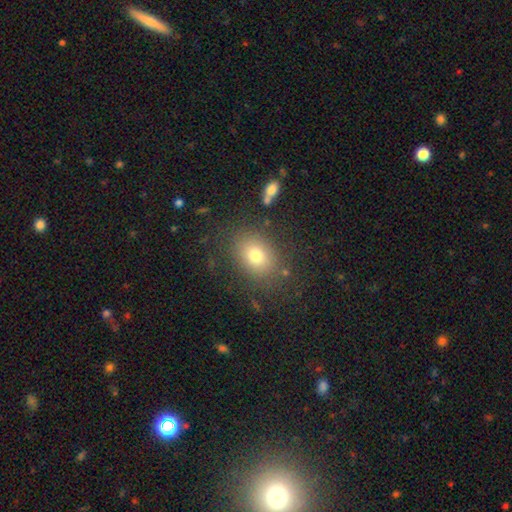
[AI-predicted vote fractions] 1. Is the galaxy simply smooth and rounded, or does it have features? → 75% smooth, 14% star or artifact, 11% featured or disk.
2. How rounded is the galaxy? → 59% in between, 40% round, 1% cigar-shaped.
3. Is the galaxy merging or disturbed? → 82% none, 11% minor disturbance, 5% major disturbance, 3% merger.